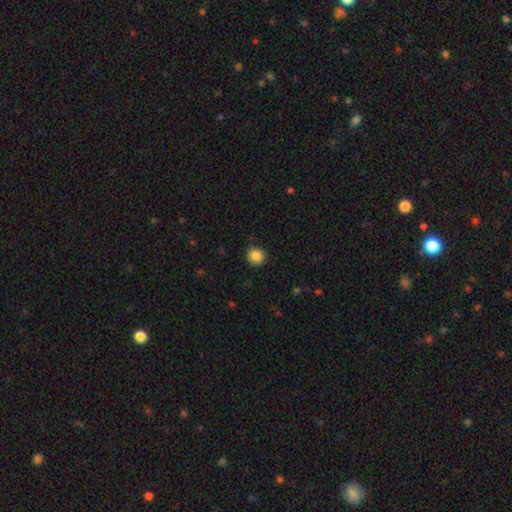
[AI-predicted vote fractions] This appears to be a smooth galaxy with no disk features (86%) that is round (93%). Merging: none (92%).